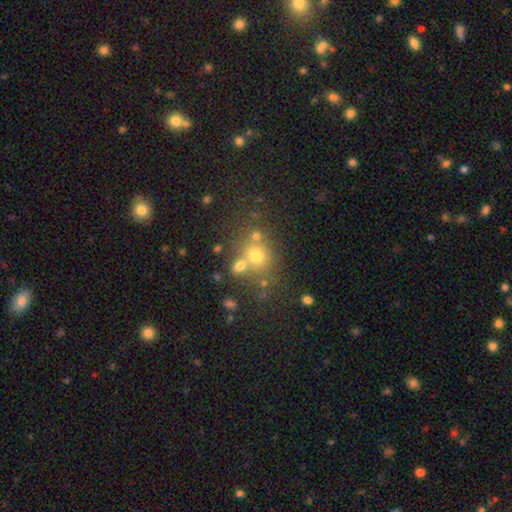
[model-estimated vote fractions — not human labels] A smooth galaxy with no disk features (64%) that is round (73%).

Vote fractions:
- Smooth or featured? smooth: 64% / star or artifact: 21% / featured or disk: 15%
- How rounded? round: 73% / in between: 26% / cigar-shaped: 1%
- Merging? none: 55% / merger: 29% / minor disturbance: 11% / major disturbance: 5%